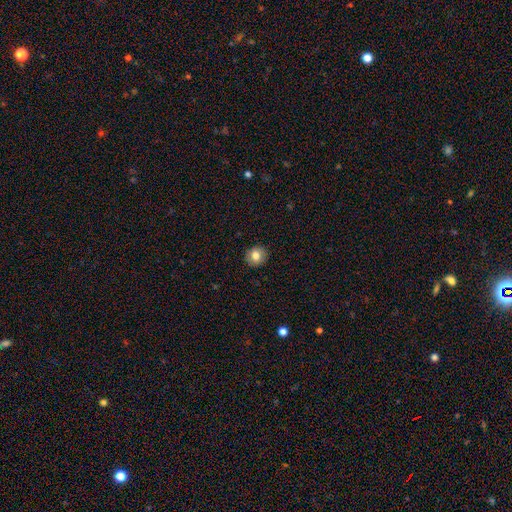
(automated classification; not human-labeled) smooth 80%, featured or disk 11%, star or artifact 9%. Down the decision tree: how rounded — round (85%); merging — none (91%).